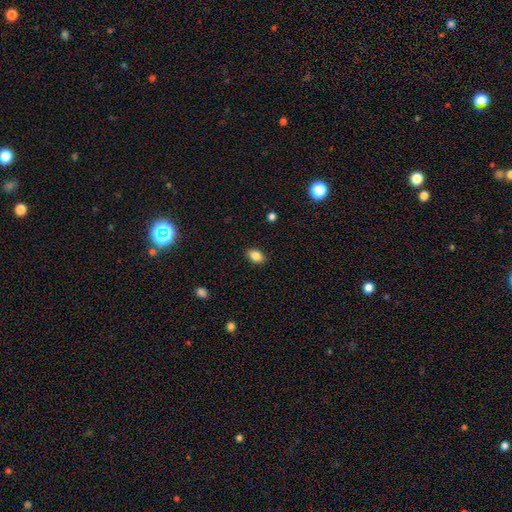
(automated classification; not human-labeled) This is clearly a smooth galaxy (85%). How rounded: likely in between (80%). Merging: clearly none (88%).